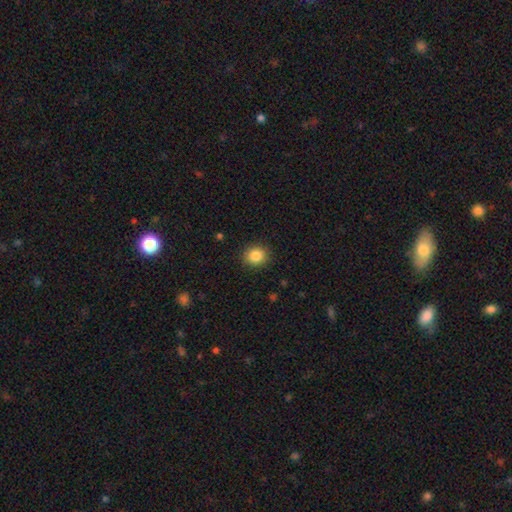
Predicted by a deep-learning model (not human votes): This appears to be a smooth galaxy with no disk features (86%) that is round (79%). Merging: none (90%).